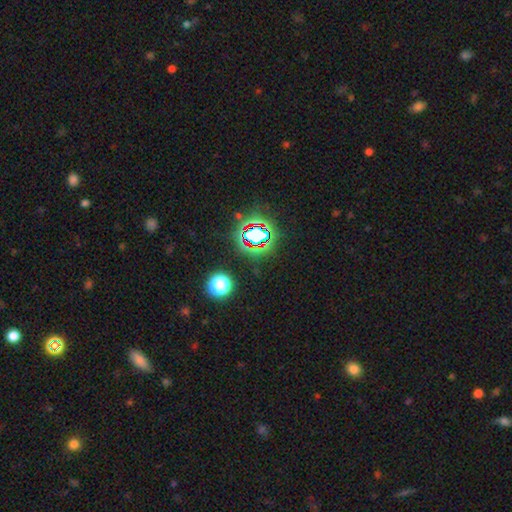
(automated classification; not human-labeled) star or artifact 80%, smooth 13%, featured or disk 7%.